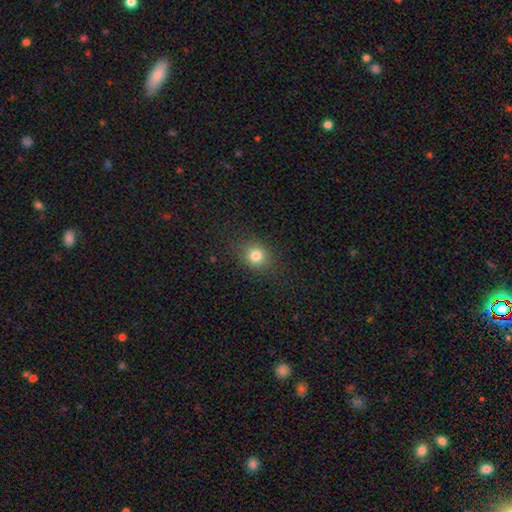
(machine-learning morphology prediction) A smooth galaxy with no disk features (80%) that is round (73%). Merging: none (85%).